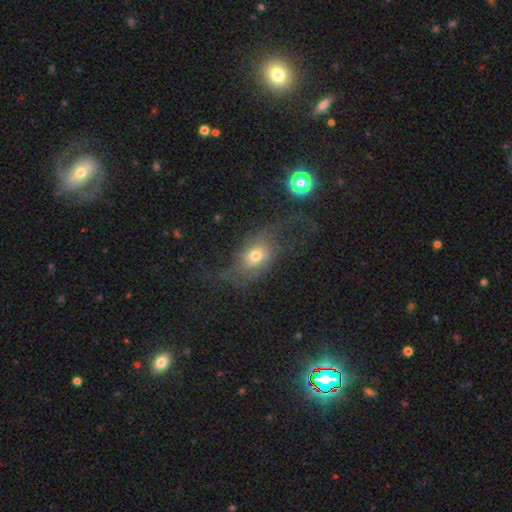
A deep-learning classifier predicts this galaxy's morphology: Smooth or featured? Predicted: featured or disk (p=0.45). Merging? Predicted: major disturbance (p=0.41).